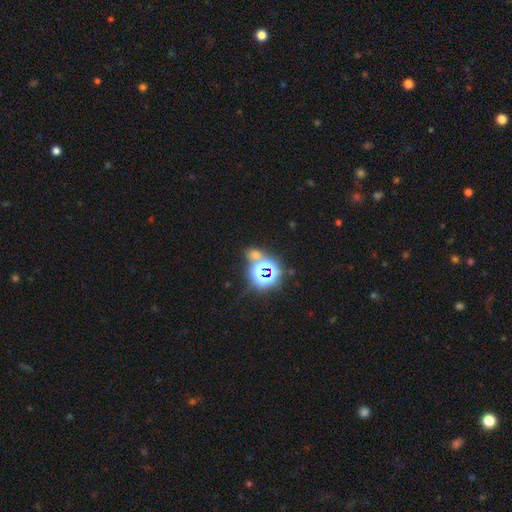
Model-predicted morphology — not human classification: Smooth or featured? star or artifact (58%)